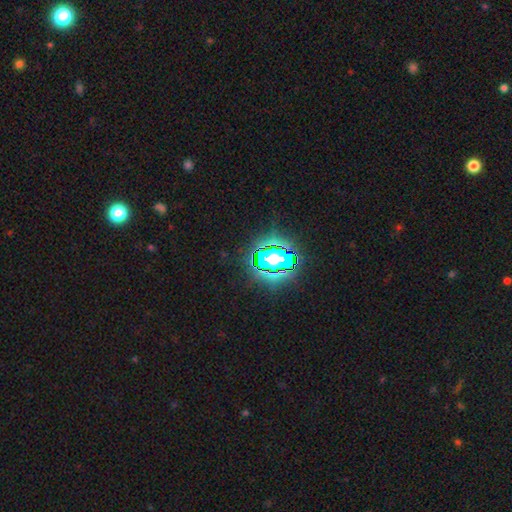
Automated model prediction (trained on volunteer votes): Smooth or featured? Predicted: star or artifact (p=0.77).